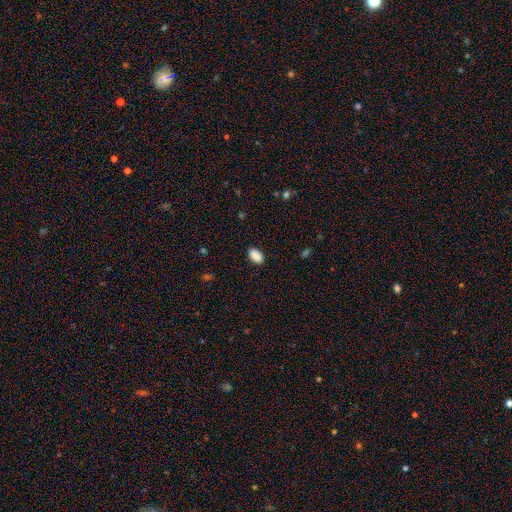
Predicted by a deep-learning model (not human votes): smooth_or_featured: smooth (p=0.89) [alt: star or artifact p=0.08]
how_rounded: in between (p=0.92) [alt: round p=0.06]
merging: none (p=0.87) [alt: minor disturbance p=0.09]